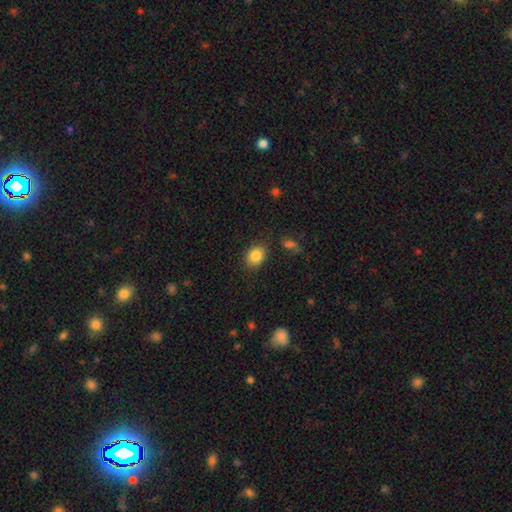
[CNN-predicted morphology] This appears to be a smooth galaxy with no disk features (85%) that is in between round and cigar-shaped (55%). Merging: none (82%).